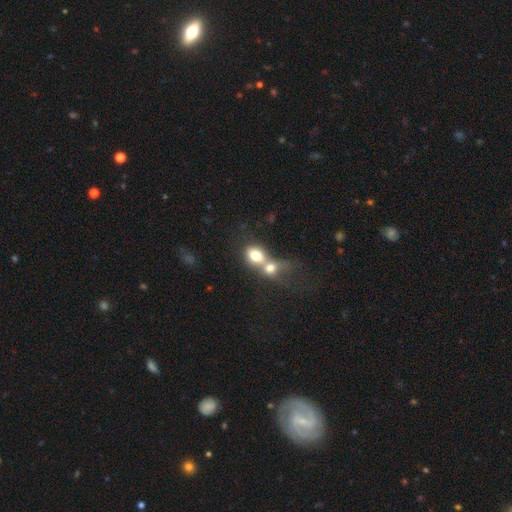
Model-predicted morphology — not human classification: A smooth galaxy with no disk features (73%) that is in between round and cigar-shaped (59%). Merging: merger (75%).